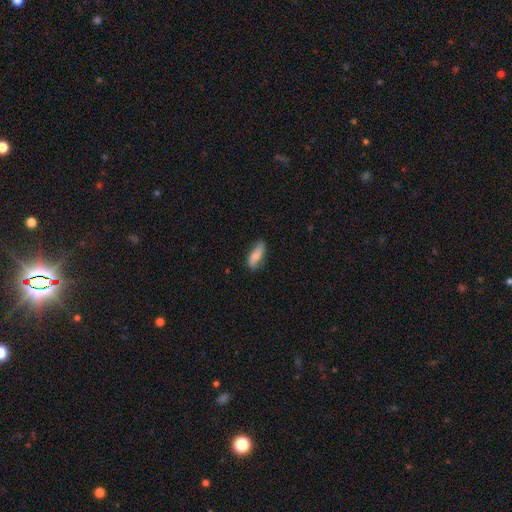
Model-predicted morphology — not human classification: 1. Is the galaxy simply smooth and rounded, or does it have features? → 80% smooth, 14% featured or disk, 6% star or artifact.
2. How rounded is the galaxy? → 65% in between, 33% cigar-shaped, 2% round.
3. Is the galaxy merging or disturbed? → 72% none, 22% minor disturbance, 4% major disturbance, 2% merger.